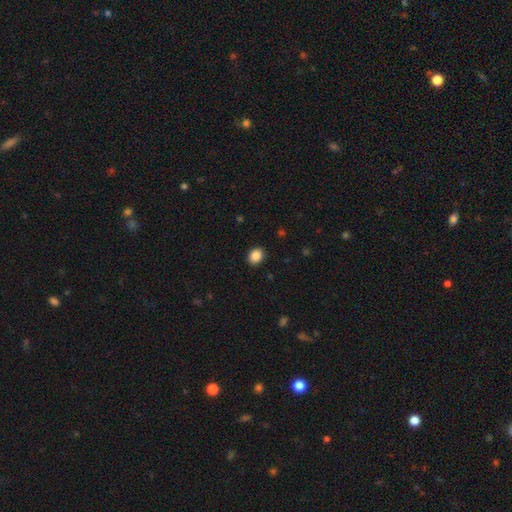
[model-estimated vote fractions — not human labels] The model was most divided on "how rounded": round: 55%, in between: 44%, cigar-shaped: 1%. More confident: merging — none (91%); smooth or featured — smooth (87%).